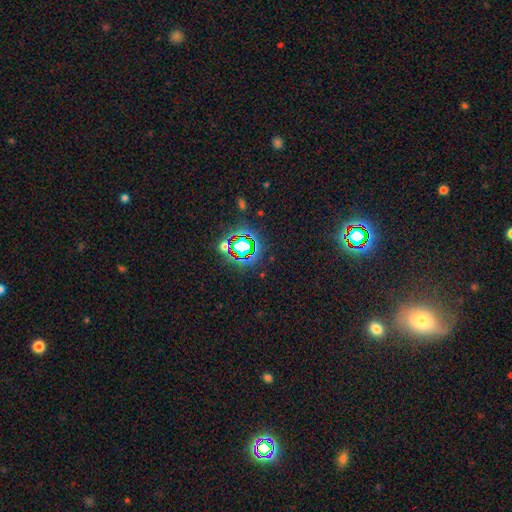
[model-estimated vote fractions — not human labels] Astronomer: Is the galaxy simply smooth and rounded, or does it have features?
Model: star or artifact — 73%.